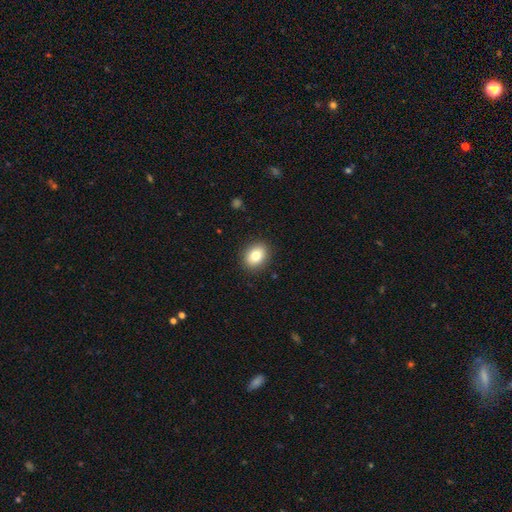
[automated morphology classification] Smooth or featured?
  - smooth: 81% *
  - featured or disk: 10%
  - star or artifact: 9%
How rounded?
  - in between: 59% *
  - round: 40%
  - cigar-shaped: 1%
Merging?
  - none: 90% *
  - minor disturbance: 7%
  - major disturbance: 2%
  - merger: 1%